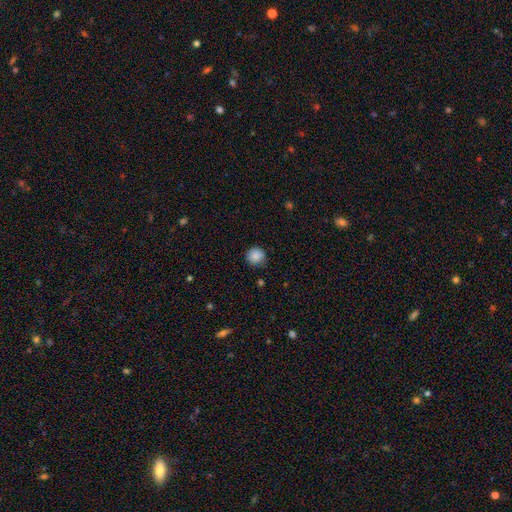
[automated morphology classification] This appears to be a smooth galaxy with no disk features (87%) that is round (92%). Merging: none (83%).